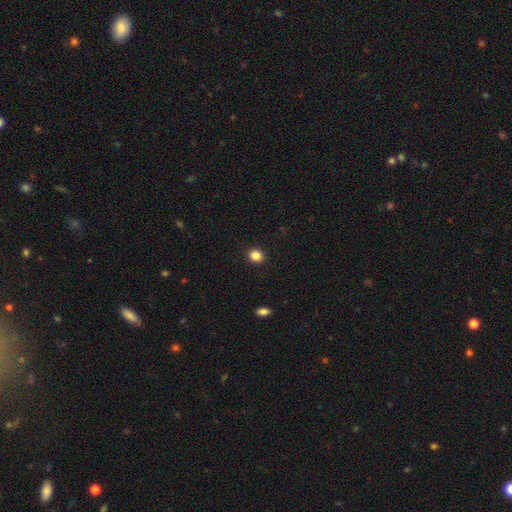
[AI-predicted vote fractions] The model was most divided on "how rounded": round: 79%, in between: 20%, cigar-shaped: 1%. More confident: merging — none (92%); smooth or featured — smooth (85%).